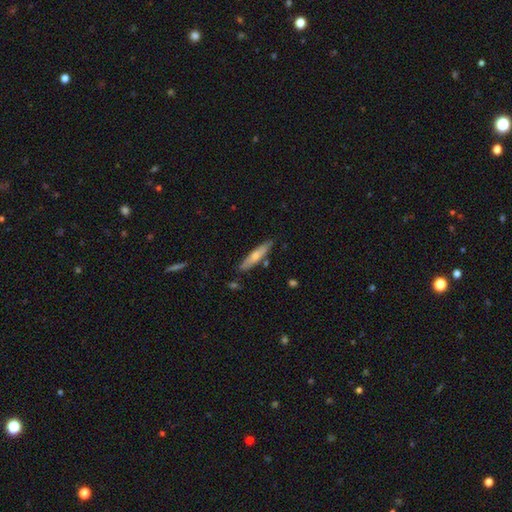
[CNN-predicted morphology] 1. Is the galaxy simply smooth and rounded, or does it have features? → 65% smooth, 29% featured or disk, 6% star or artifact.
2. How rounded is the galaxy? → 82% cigar-shaped, 17% in between, 1% round.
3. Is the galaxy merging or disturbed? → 81% none, 13% minor disturbance, 4% merger, 2% major disturbance.